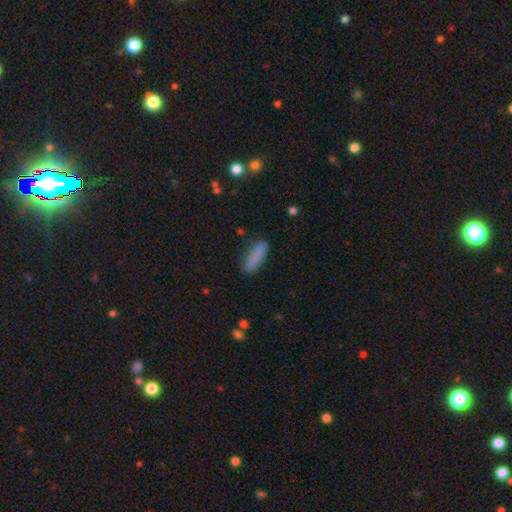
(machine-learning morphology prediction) Smooth or featured? Predicted: smooth (p=0.84). How rounded? Predicted: cigar-shaped (p=0.60). Merging? Predicted: none (p=0.78).